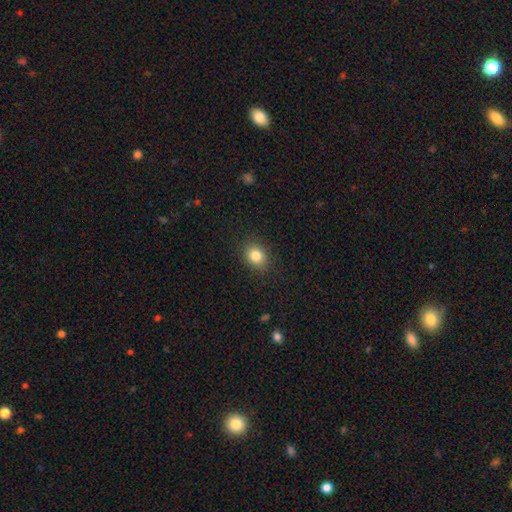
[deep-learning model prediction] A smooth galaxy with no disk features (83%) that is round (52%). Merging: none (88%).